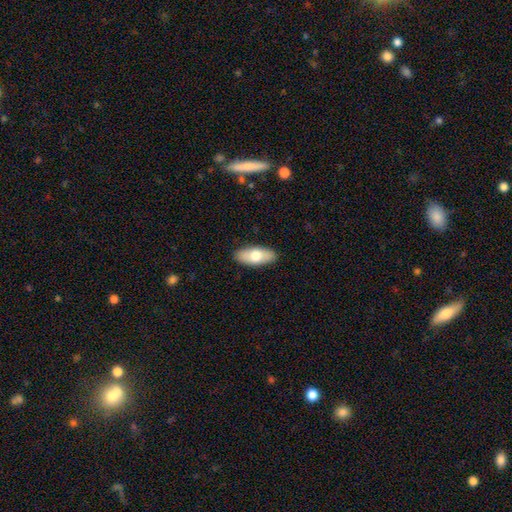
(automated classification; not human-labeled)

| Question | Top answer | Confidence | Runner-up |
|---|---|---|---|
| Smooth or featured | smooth | 72% | featured or disk (23%) |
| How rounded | in between | 85% | cigar-shaped (12%) |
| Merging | none | 89% | minor disturbance (8%) |